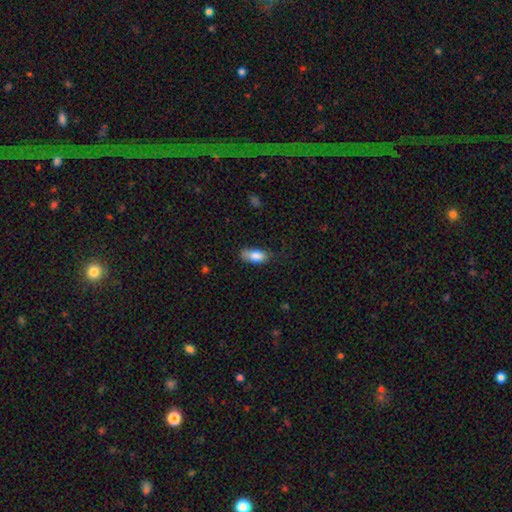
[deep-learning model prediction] Q: Smooth or featured?
A: smooth (83%); runner-up: featured or disk (10%)
Q: How rounded?
A: in between (86%); runner-up: cigar-shaped (11%)
Q: Merging?
A: none (66%); runner-up: minor disturbance (26%)